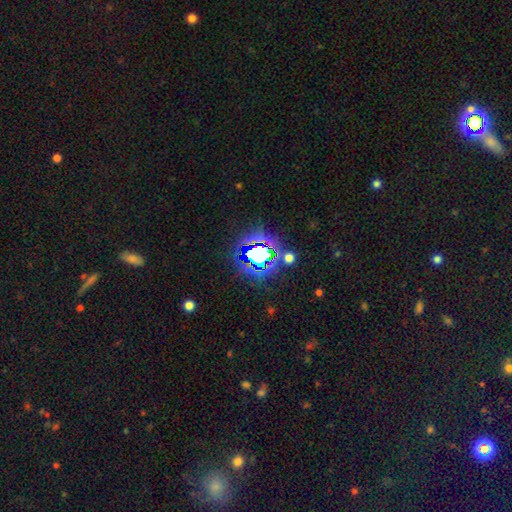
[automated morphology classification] A star or artifact, not a galaxy (68%).

Vote fractions:
- Smooth or featured? star or artifact: 68% / smooth: 20% / featured or disk: 12%